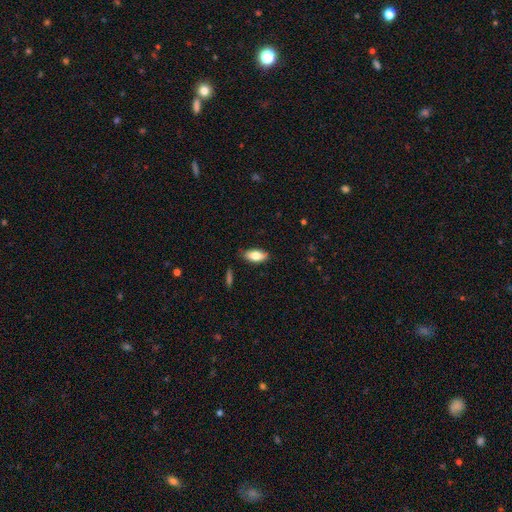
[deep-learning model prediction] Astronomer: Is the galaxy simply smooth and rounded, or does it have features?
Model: smooth — 76%.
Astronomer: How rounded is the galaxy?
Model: in between — 87%.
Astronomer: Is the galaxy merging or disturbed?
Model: none — 83%.